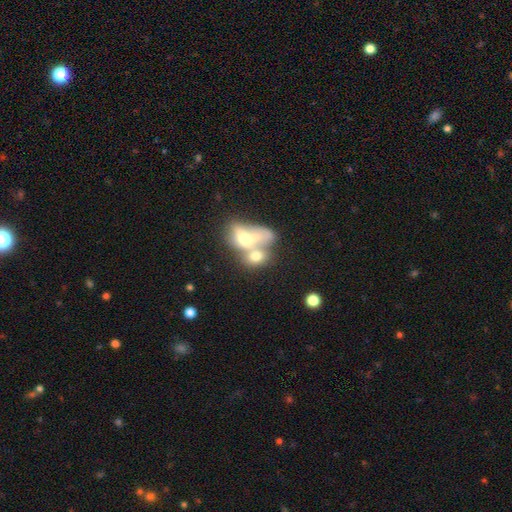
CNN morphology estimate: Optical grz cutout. It shows a smooth galaxy with no disk features (57%) that is in between round and cigar-shaped (72%). Merging: merger (70%).